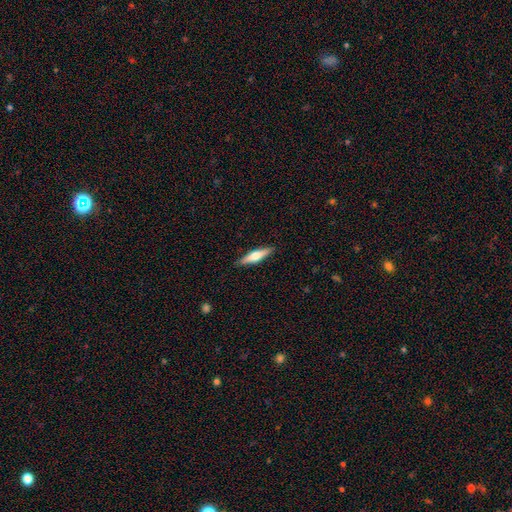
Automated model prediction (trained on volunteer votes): The model was most divided on "smooth or featured": smooth: 48%, featured or disk: 47%, star or artifact: 6%. More confident: merging — none (89%).